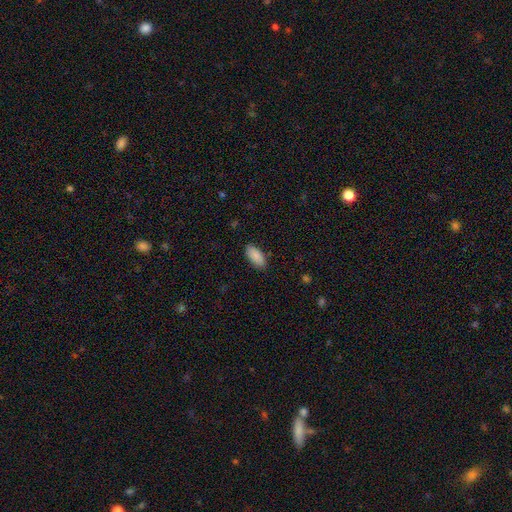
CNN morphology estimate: Smooth or featured?
  - smooth: 89% *
  - star or artifact: 6%
  - featured or disk: 4%
How rounded?
  - in between: 90% *
  - cigar-shaped: 8%
  - round: 2%
Merging?
  - none: 86% *
  - minor disturbance: 11%
  - major disturbance: 2%
  - merger: 1%